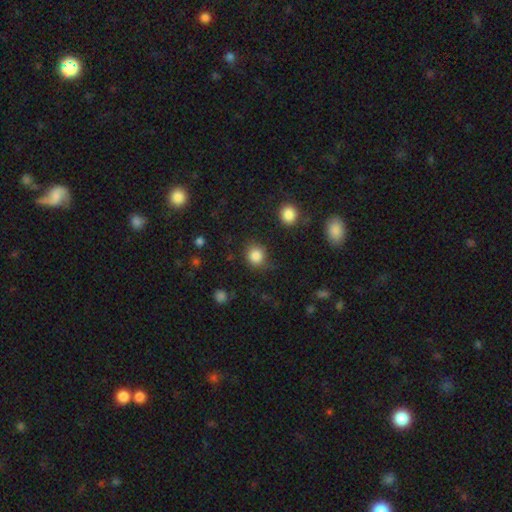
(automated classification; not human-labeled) Smooth or featured? Predicted: smooth (p=0.86). How rounded? Predicted: round (p=0.86). Merging? Predicted: none (p=0.78).